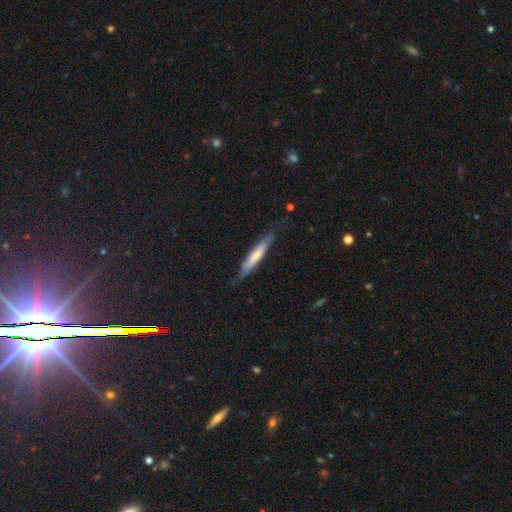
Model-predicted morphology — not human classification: Q: Smooth or featured?
A: smooth (56%); runner-up: featured or disk (39%)
Q: How rounded?
A: cigar-shaped (91%); runner-up: in between (8%)
Q: Merging?
A: none (73%); runner-up: minor disturbance (21%)